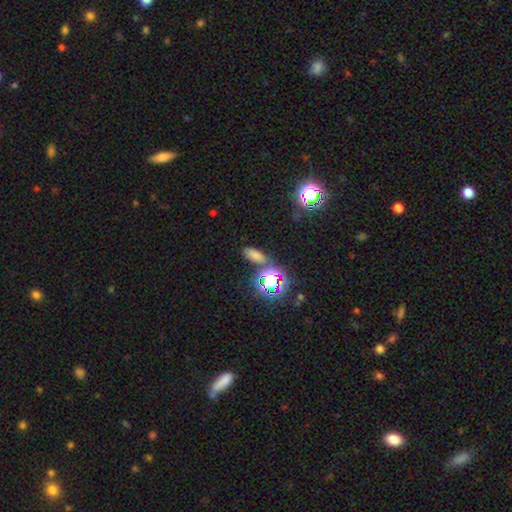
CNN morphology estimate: Smooth or featured: smooth — 62% (star or artifact — 31%)
How rounded: in between — 77% (cigar-shaped — 14%)
Merging: none — 75% (minor disturbance — 12%)